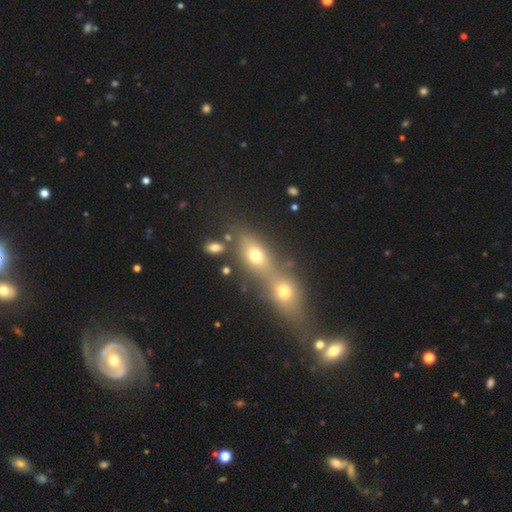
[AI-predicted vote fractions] smooth_or_featured: smooth (p=0.66) [alt: featured or disk p=0.19]
how_rounded: in between (p=0.67) [alt: round p=0.23]
merging: merger (p=0.55) [alt: none p=0.33]